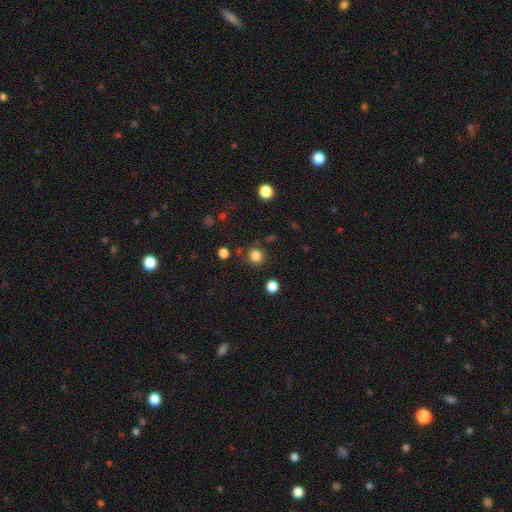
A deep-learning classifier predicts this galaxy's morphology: smooth-or-featured: smooth: 83% | star or artifact: 13% | featured or disk: 4%
  how-rounded: round: 93% | in between: 6% | cigar-shaped: 1%
  merging: none: 85% | minor disturbance: 8% | merger: 4% | major disturbance: 3%